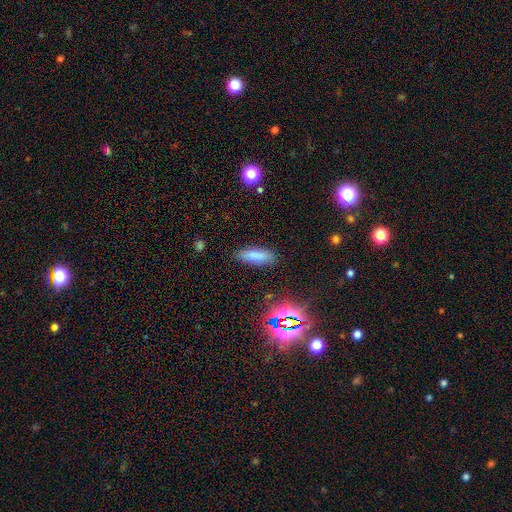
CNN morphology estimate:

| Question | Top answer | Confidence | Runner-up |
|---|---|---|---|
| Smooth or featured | smooth | 80% | star or artifact (12%) |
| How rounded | in between | 53% | cigar-shaped (45%) |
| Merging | none | 85% | minor disturbance (11%) |